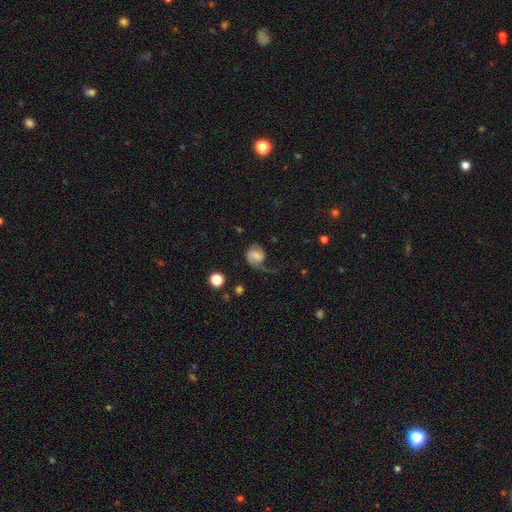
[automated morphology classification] The model was most divided on "merging": major disturbance: 39%, none: 36%, minor disturbance: 23%, merger: 3%. Remaining: smooth or featured — featured or disk (48%).